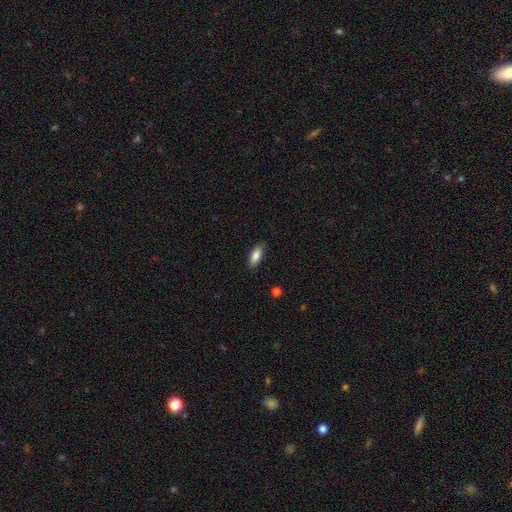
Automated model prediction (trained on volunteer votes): Morphology: type=smooth (84%); roundness=in between (80%); merging=none (82%).